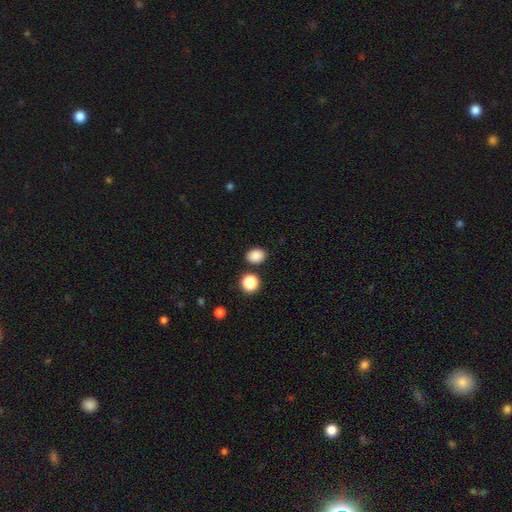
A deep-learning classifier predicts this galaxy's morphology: type=smooth (86%); roundness=in between (60%); merging=none (83%).